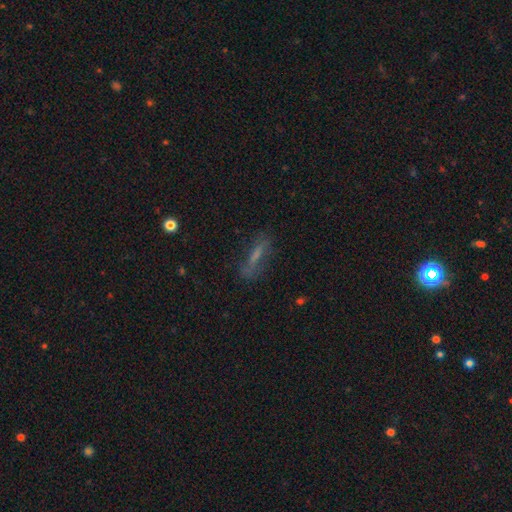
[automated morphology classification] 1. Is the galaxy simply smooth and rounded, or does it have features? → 48% smooth, 35% featured or disk, 17% star or artifact.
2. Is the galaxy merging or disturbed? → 67% none, 20% minor disturbance, 11% major disturbance, 3% merger.